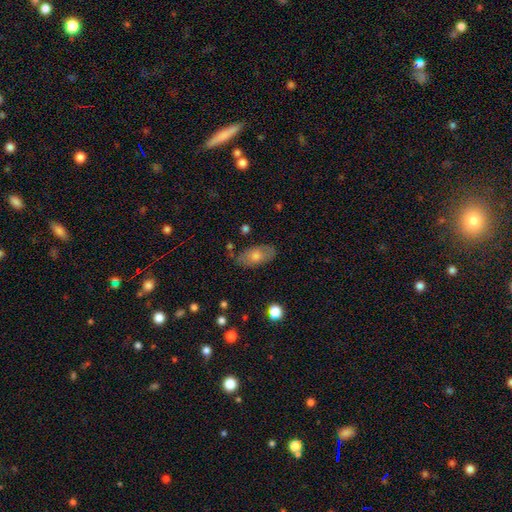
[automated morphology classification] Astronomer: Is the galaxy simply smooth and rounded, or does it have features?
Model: smooth — 62%.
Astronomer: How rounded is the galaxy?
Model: in between — 90%.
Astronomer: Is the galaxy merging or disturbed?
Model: none — 78%.